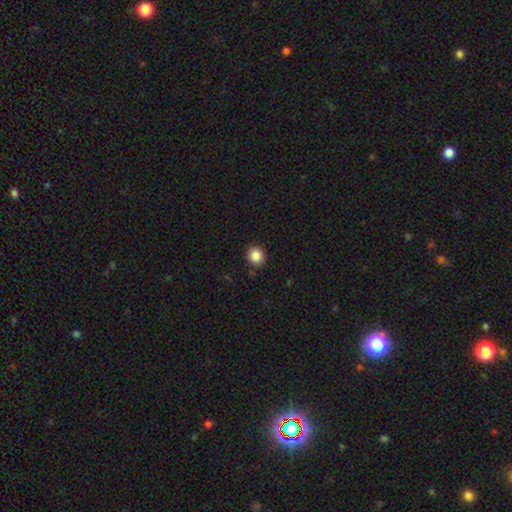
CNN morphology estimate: This appears to be a smooth galaxy with no disk features (86%) that is round (85%). Merging: none (90%).